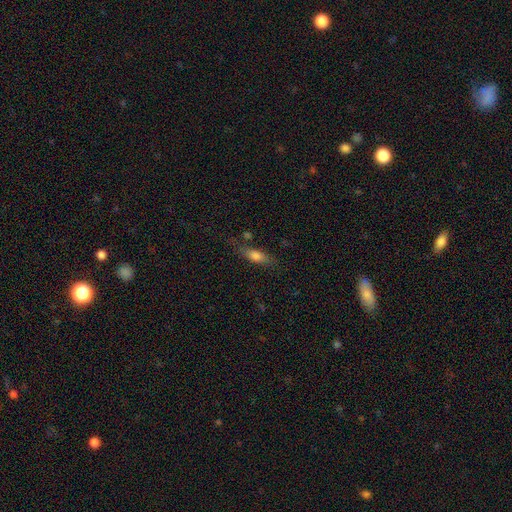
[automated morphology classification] type=smooth (70%); roundness=in between (58%); merging=none (68%).